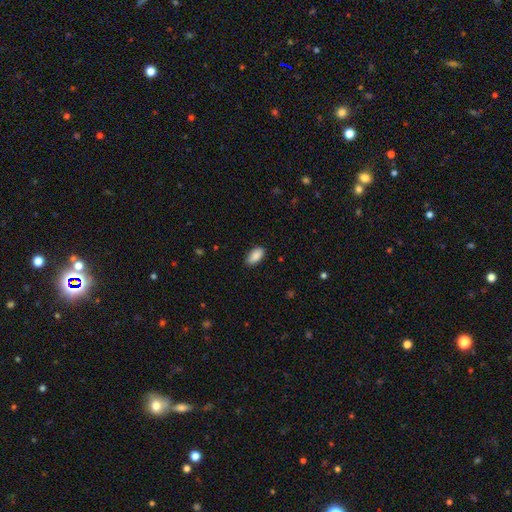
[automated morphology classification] This is clearly a smooth galaxy (89%). How rounded: clearly in between (93%). Merging: clearly none (86%).